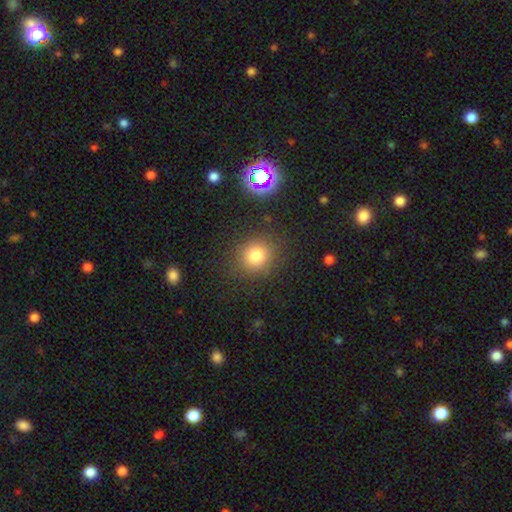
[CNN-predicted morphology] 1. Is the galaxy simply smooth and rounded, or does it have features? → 79% smooth, 14% star or artifact, 7% featured or disk.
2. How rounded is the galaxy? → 83% round, 16% in between, 1% cigar-shaped.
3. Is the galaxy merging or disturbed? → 85% none, 9% minor disturbance, 4% major disturbance, 2% merger.